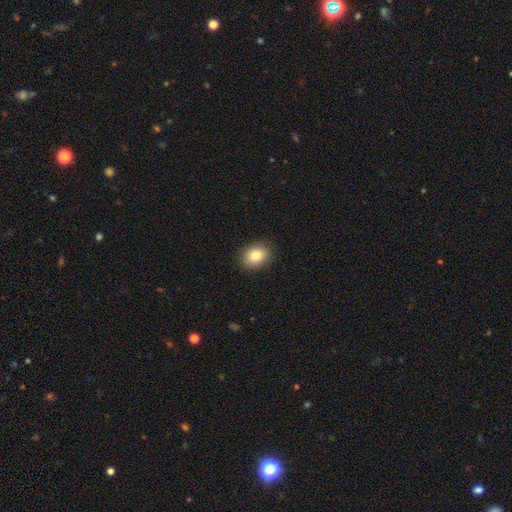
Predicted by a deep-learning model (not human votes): Smooth or featured? Predicted: smooth (p=0.82). How rounded? Predicted: in between (p=0.50). Merging? Predicted: none (p=0.90).